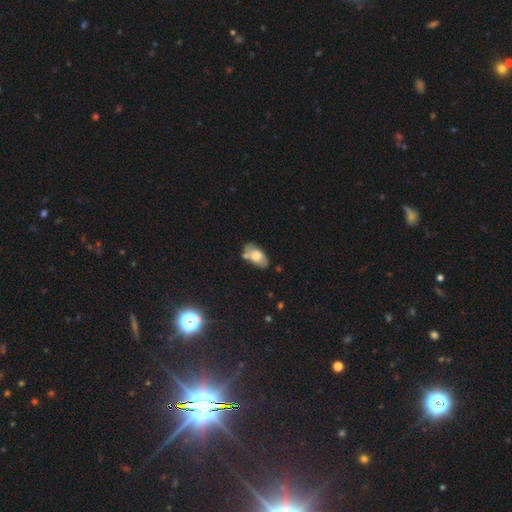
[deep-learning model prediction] Overall: smooth (62%; featured or disk 30%). How rounded: in between (93%). Merging: none (57%; minor disturbance 24%).